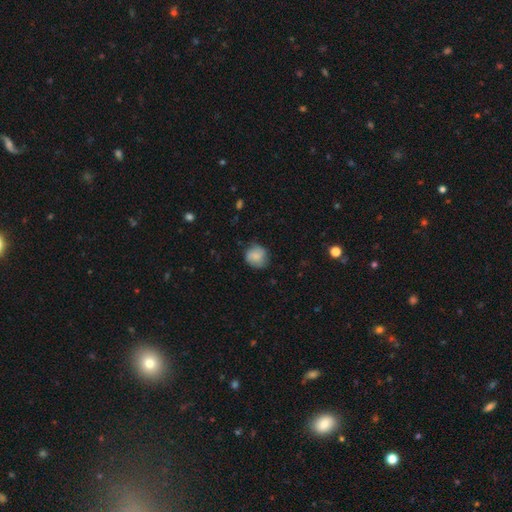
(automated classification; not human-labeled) Smooth or featured: smooth — 80% (featured or disk — 12%)
How rounded: round — 84% (in between — 15%)
Merging: none — 73% (minor disturbance — 21%)